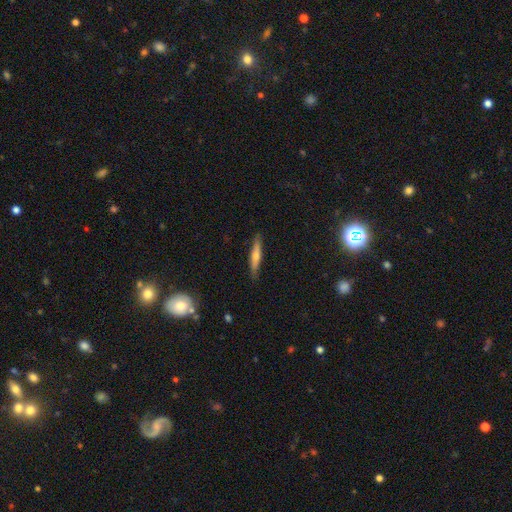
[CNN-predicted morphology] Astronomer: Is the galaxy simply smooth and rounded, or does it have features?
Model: smooth — 52% (runner-up: featured or disk, 42%).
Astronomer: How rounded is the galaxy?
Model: cigar-shaped — 90%.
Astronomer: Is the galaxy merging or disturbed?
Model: none — 87%.